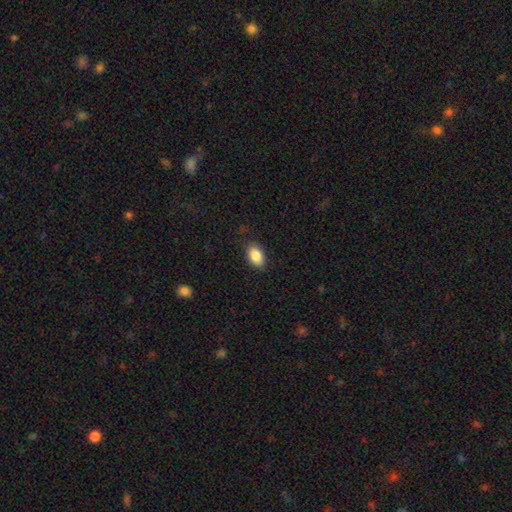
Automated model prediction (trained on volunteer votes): The model was most divided on "merging": none: 85%, minor disturbance: 11%, major disturbance: 3%, merger: 1%. More confident: how rounded — in between (89%); smooth or featured — smooth (87%).